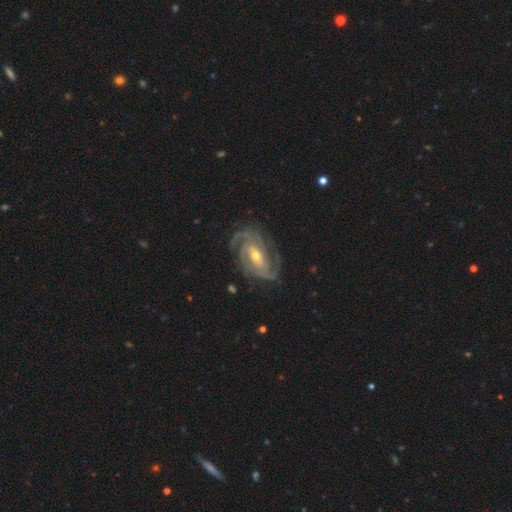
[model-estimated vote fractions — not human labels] Smooth or featured: featured or disk — 92% (star or artifact — 5%)
Edge-on disk: no — 97% (yes — 3%)
Bar: weak — 42% (strong — 31%)
Spiral arms: yes — 98% (no — 2%)
Spiral winding: tight — 59% (medium — 35%)
Spiral arm count: 3 — 34% (2 — 30%)
Bulge size: moderate — 52% (small — 44%)
Merging: none — 78% (minor disturbance — 15%)